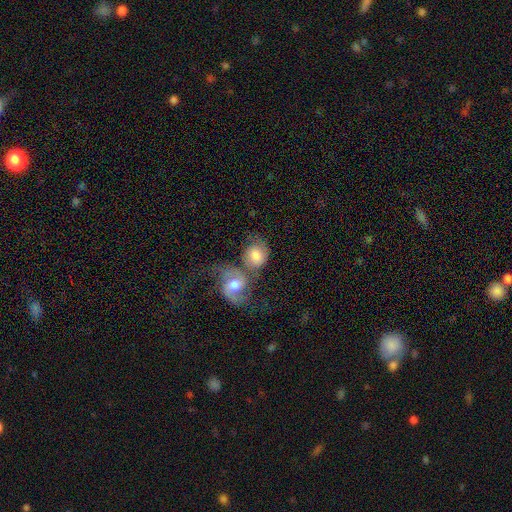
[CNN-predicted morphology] Overall: smooth (54%; featured or disk 38%). How rounded: round (64%; in between 34%). Merging: merger (52%; none 29%).